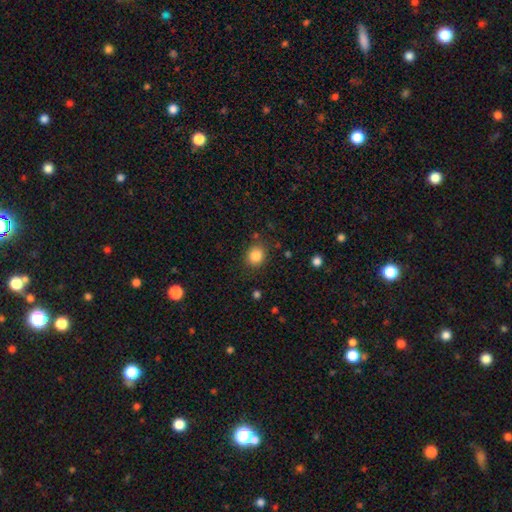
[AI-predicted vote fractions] This is clearly a smooth galaxy (85%). How rounded: likely round (79%). Merging: clearly none (84%).